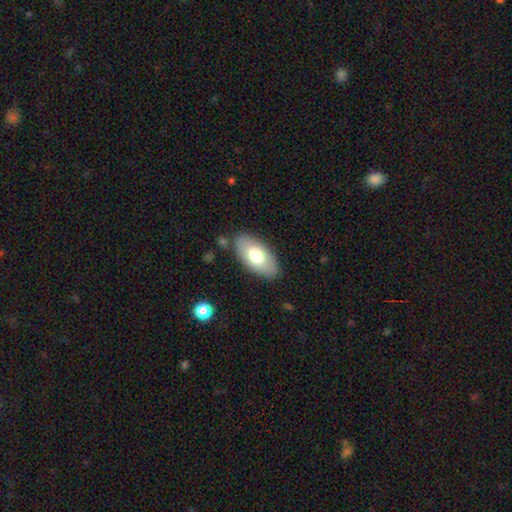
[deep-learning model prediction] Morphology: type=smooth (70%); roundness=in between (94%); merging=none (83%).